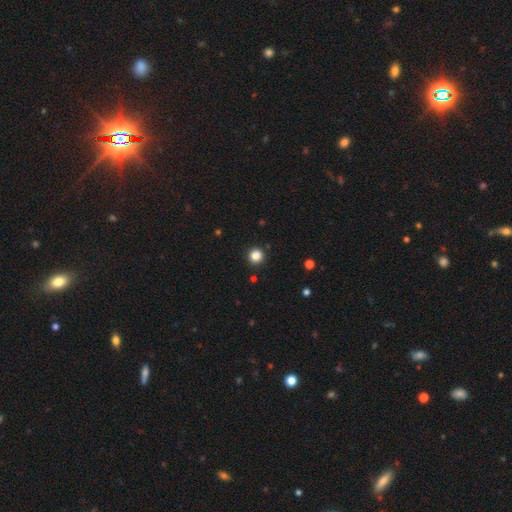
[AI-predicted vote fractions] This is clearly a smooth galaxy (85%). How rounded: clearly round (95%). Merging: clearly none (92%).